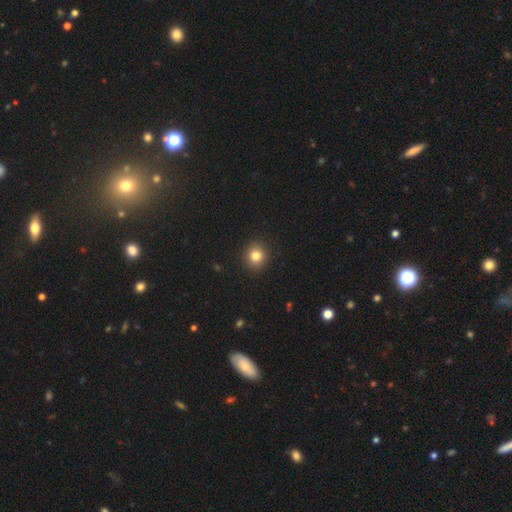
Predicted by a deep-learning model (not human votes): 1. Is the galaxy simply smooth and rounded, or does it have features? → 82% smooth, 12% star or artifact, 7% featured or disk.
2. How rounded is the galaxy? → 87% round, 12% in between, 1% cigar-shaped.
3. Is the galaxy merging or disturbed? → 92% none, 6% minor disturbance, 2% major disturbance, 1% merger.